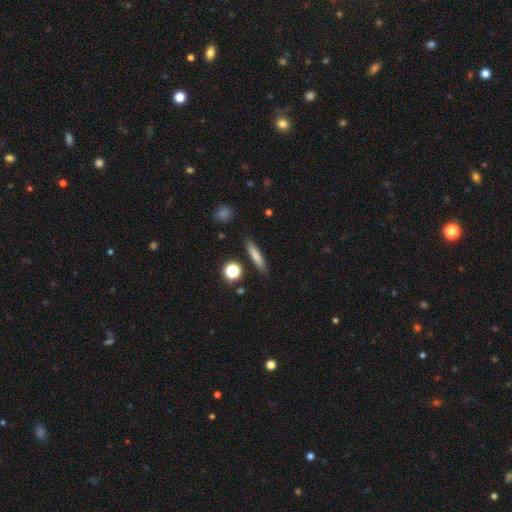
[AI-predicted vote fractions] smooth-or-featured: smooth: 74% | featured or disk: 18% | star or artifact: 9%
  how-rounded: cigar-shaped: 86% | in between: 10% | round: 3%
  merging: none: 87% | minor disturbance: 9% | major disturbance: 2% | merger: 2%